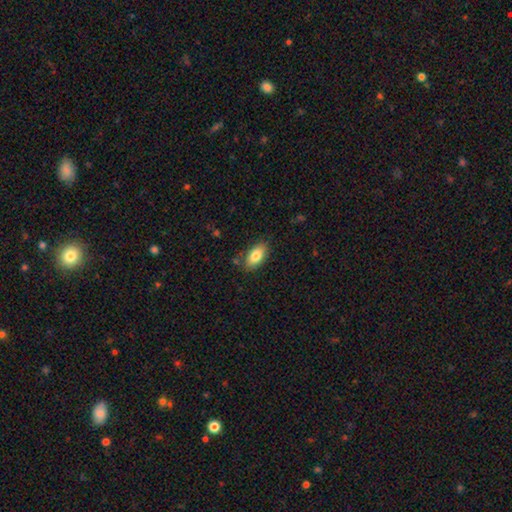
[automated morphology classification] Smooth or featured? smooth (83%)
How rounded? in between (92%)
Merging? none (82%)